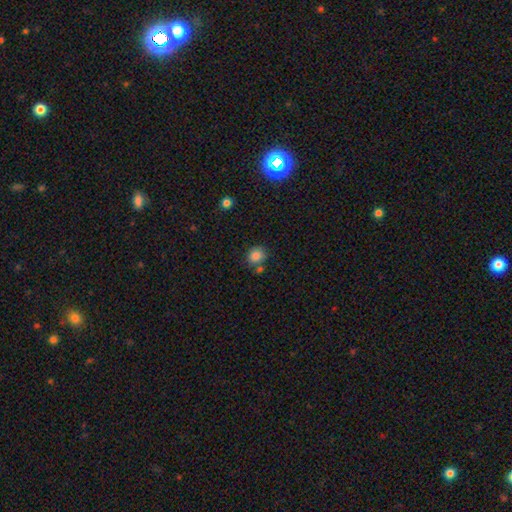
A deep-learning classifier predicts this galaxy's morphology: This appears to be a smooth galaxy with no disk features (84%) that is round (75%). Merging: none (68%).